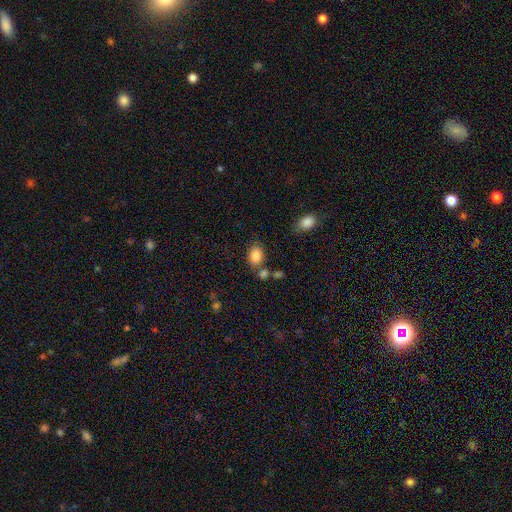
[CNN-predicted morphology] A smooth galaxy with no disk features (86%) that is in between round and cigar-shaped (82%). Merging: none (66%).